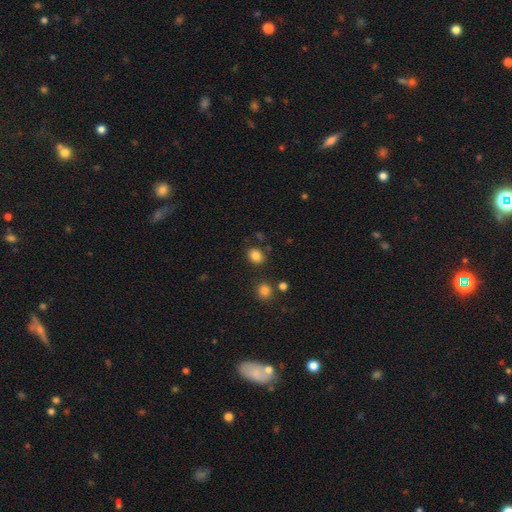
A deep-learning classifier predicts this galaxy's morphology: Smooth or featured?
  - smooth: 84% *
  - star or artifact: 11%
  - featured or disk: 5%
How rounded?
  - in between: 52% *
  - round: 47%
  - cigar-shaped: 1%
Merging?
  - none: 81% *
  - minor disturbance: 10%
  - merger: 5%
  - major disturbance: 3%